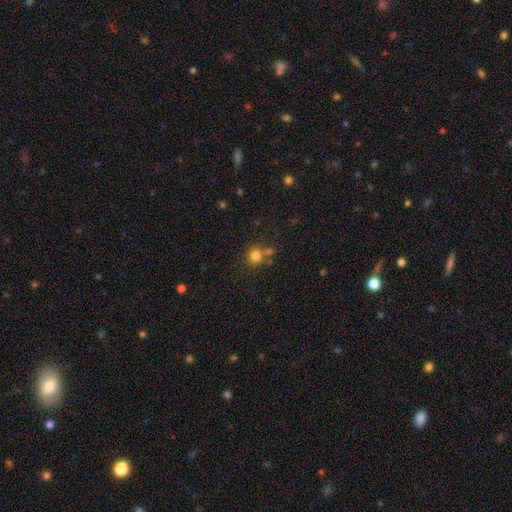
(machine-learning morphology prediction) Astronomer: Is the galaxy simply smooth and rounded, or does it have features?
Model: smooth — 79%.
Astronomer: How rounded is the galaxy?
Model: round — 87%.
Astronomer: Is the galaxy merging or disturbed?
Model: none — 58%.